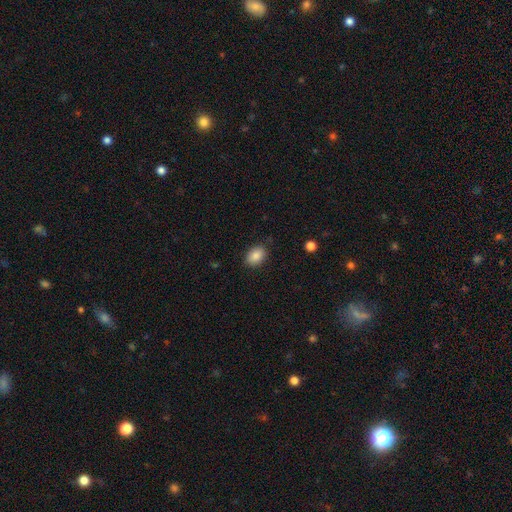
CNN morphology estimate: Smooth or featured: smooth — 86% (star or artifact — 8%)
How rounded: in between — 78% (round — 21%)
Merging: none — 85% (minor disturbance — 11%)